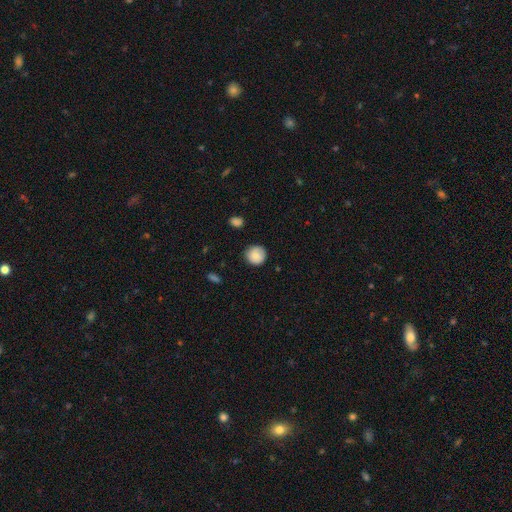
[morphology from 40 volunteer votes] Volunteers were most divided on "how rounded": round: 84%, in between: 16%, cigar-shaped: 0%. More confident: merging — none (86%); smooth or featured — smooth (80%).